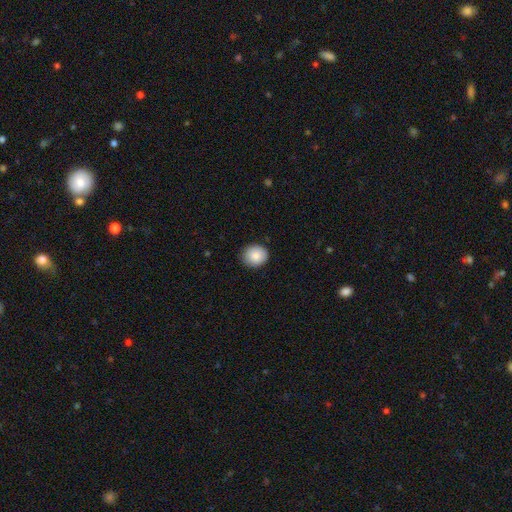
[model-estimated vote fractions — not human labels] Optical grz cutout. It shows a smooth galaxy with no disk features (87%) that is round (82%). Merging: none (88%).